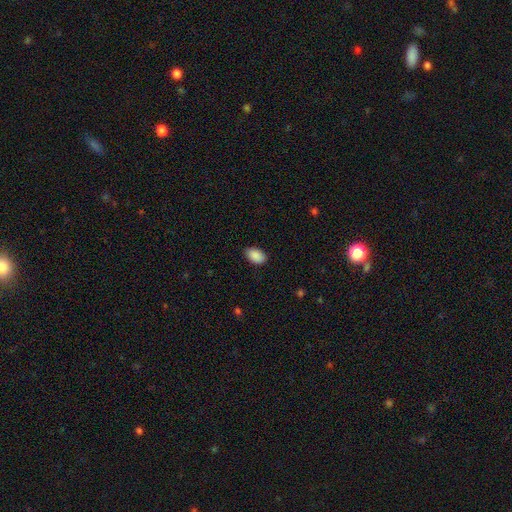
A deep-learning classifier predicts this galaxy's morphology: Smooth or featured? smooth (90%)
How rounded? in between (90%)
Merging? none (86%)